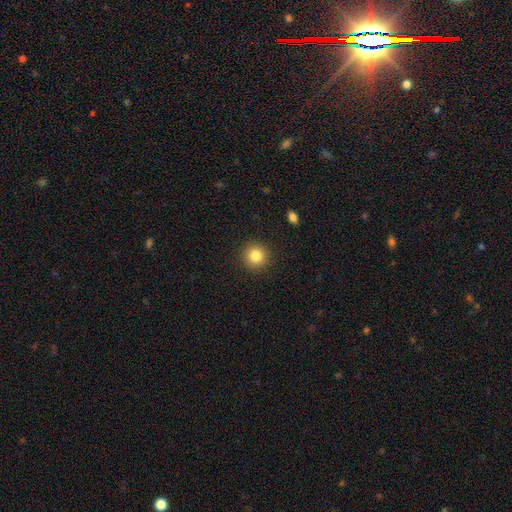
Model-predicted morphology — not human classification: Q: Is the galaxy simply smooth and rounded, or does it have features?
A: smooth — 83%.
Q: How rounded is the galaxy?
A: round — 94%.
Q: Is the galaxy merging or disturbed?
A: none — 92%.